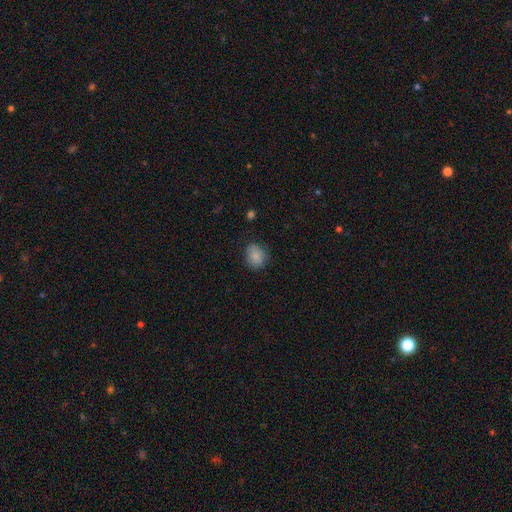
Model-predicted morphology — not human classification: smooth 86%, star or artifact 9%, featured or disk 5%. Down the decision tree: how rounded — round (61%); merging — none (77%).